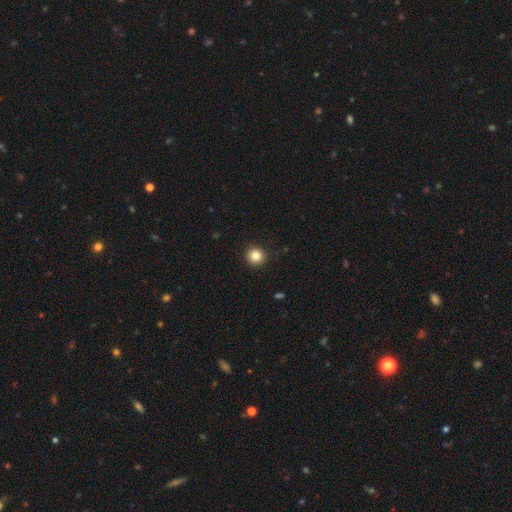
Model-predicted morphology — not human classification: A smooth galaxy with no disk features (84%) that is round (93%).

Vote fractions:
- Smooth or featured? smooth: 84% / star or artifact: 11% / featured or disk: 5%
- How rounded? round: 93% / in between: 6% / cigar-shaped: 1%
- Merging? none: 91% / minor disturbance: 6% / major disturbance: 2% / merger: 1%